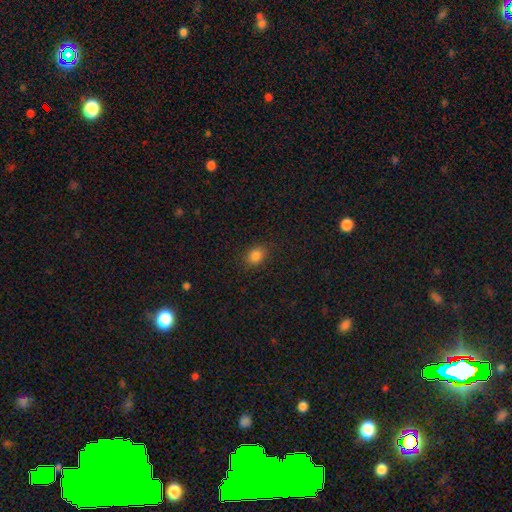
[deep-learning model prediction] The model was most divided on "how rounded": in between: 59%, round: 40%, cigar-shaped: 1%. More confident: merging — none (87%); smooth or featured — smooth (84%).